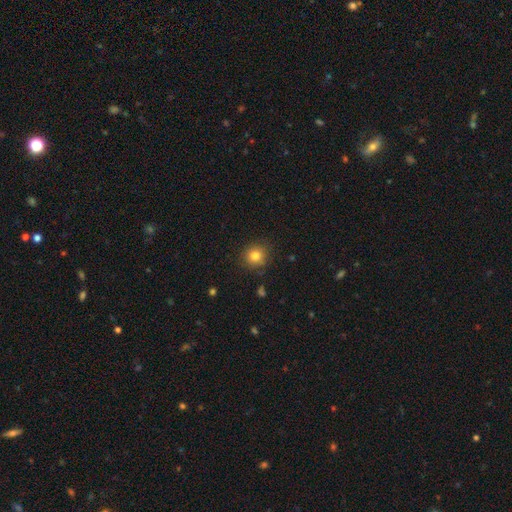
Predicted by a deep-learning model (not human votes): Smooth or featured?
  - smooth: 81% *
  - star or artifact: 12%
  - featured or disk: 7%
How rounded?
  - round: 88% *
  - in between: 11%
  - cigar-shaped: 1%
Merging?
  - none: 86% *
  - minor disturbance: 10%
  - major disturbance: 3%
  - merger: 1%